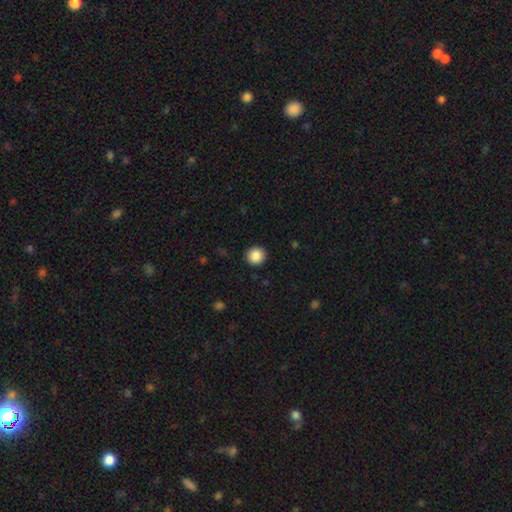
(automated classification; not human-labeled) This appears to be a smooth galaxy with no disk features (88%) that is round (93%). Merging: none (92%).